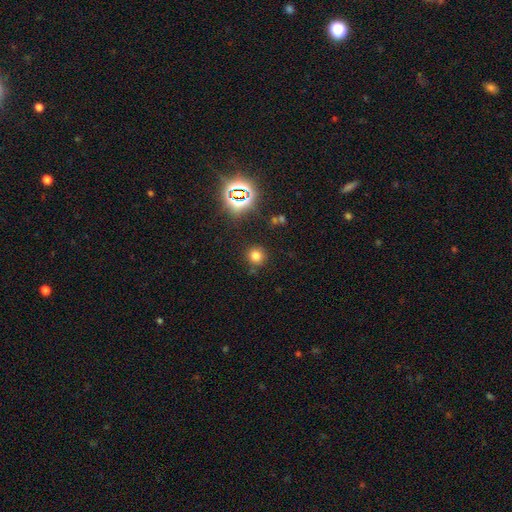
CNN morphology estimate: Smooth or featured?
  - smooth: 73% *
  - star or artifact: 21%
  - featured or disk: 6%
How rounded?
  - round: 91% *
  - in between: 8%
  - cigar-shaped: 1%
Merging?
  - none: 83% *
  - minor disturbance: 9%
  - merger: 4%
  - major disturbance: 4%